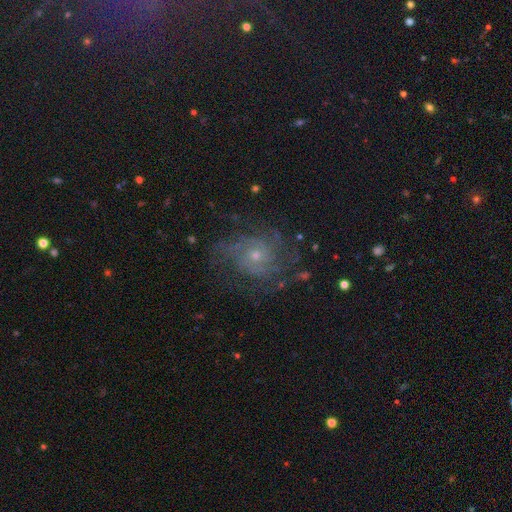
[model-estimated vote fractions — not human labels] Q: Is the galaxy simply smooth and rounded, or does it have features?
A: featured or disk — 77%.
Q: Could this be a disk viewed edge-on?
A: no — 97%.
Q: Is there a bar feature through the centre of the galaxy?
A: no — 80%.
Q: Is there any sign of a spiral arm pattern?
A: yes — 88%.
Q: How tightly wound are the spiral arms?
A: tight — 47%.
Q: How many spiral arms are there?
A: can't tell — 38%.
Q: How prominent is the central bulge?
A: small — 59%.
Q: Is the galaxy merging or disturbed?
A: none — 66%.